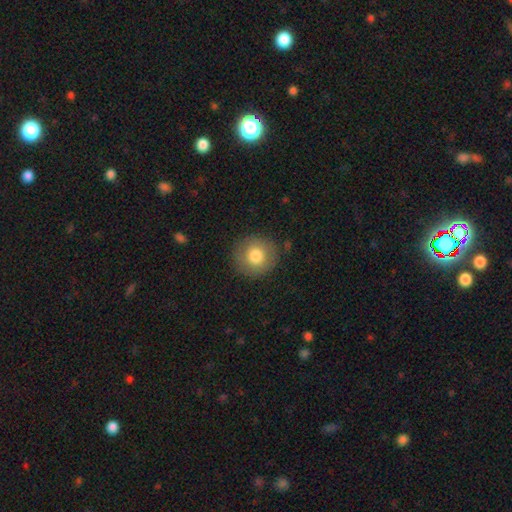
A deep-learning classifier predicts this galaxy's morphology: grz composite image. It shows a smooth galaxy with no disk features (78%) that is round (95%). Merging: none (87%).